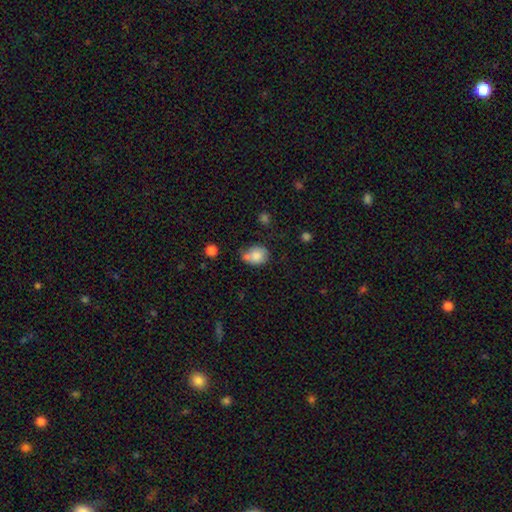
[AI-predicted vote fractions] smooth_or_featured: smooth (p=0.81) [alt: featured or disk p=0.10]
how_rounded: round (p=0.62) [alt: in between p=0.37]
merging: none (p=0.48) [alt: merger p=0.25]